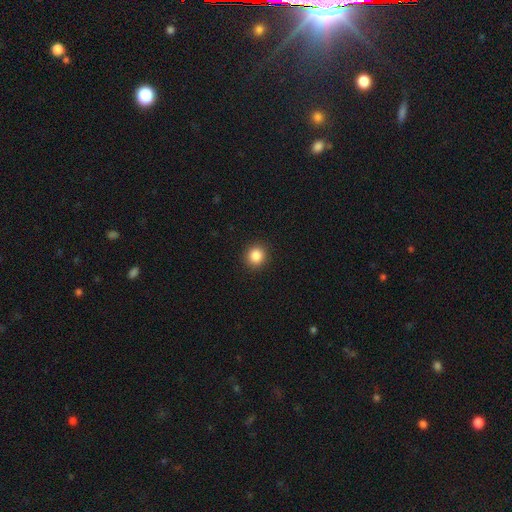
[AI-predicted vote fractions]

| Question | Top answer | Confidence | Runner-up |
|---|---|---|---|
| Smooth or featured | smooth | 86% | star or artifact (10%) |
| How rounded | round | 89% | in between (10%) |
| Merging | none | 92% | minor disturbance (6%) |